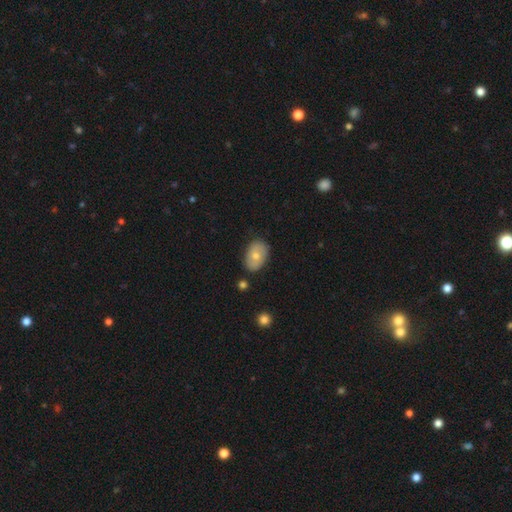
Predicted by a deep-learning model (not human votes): The model was most divided on "smooth or featured": smooth: 68%, featured or disk: 25%, star or artifact: 7%. More confident: how rounded — in between (86%); merging — none (81%).